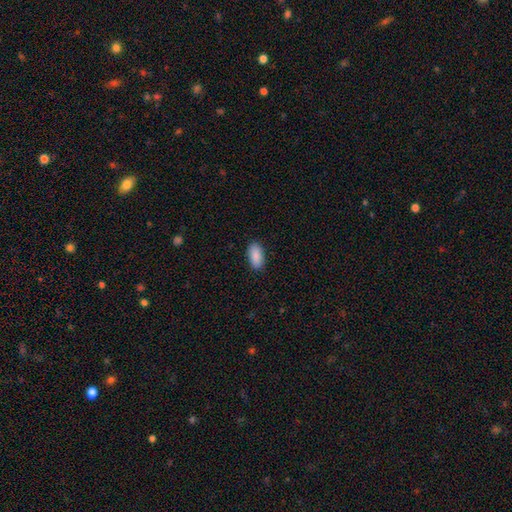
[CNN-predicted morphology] A smooth galaxy with no disk features (90%) that is in between round and cigar-shaped (93%). Merging: none (89%).